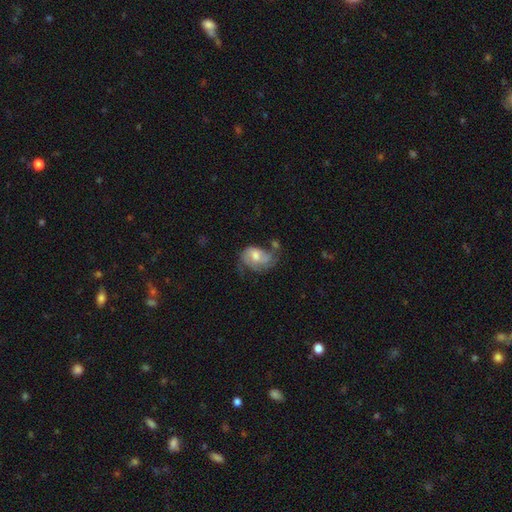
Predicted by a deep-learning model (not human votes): Morphology: type=featured or disk (60%); edge-on=no (97%); bar=no (55%); spiral arms=yes (78%); bulge=moderate (62%); merging=none (34%).